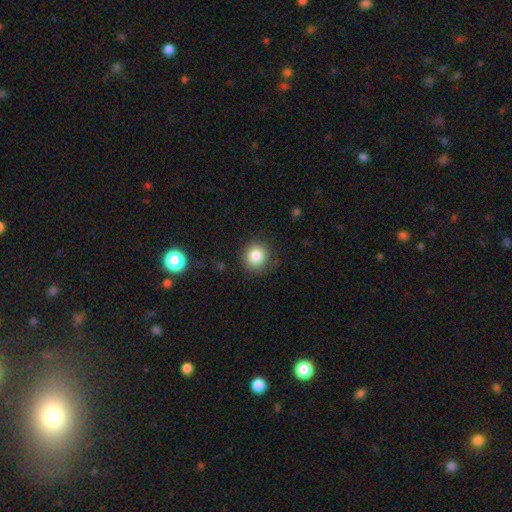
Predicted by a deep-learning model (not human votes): smooth 83%, star or artifact 11%, featured or disk 6%. Down the decision tree: how rounded — round (90%); merging — none (87%).